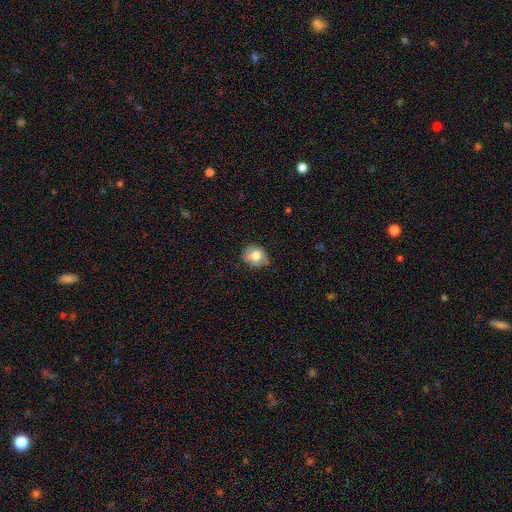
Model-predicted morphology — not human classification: smooth_or_featured: smooth (p=0.68) [alt: featured or disk p=0.23]
how_rounded: round (p=0.65) [alt: in between p=0.34]
merging: none (p=0.71) [alt: minor disturbance p=0.23]